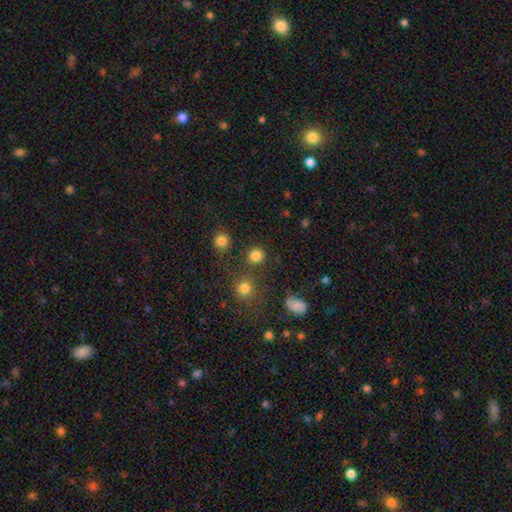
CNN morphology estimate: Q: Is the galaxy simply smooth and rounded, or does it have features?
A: smooth — 82%.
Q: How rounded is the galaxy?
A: round — 90%.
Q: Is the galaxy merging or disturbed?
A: none — 82%.